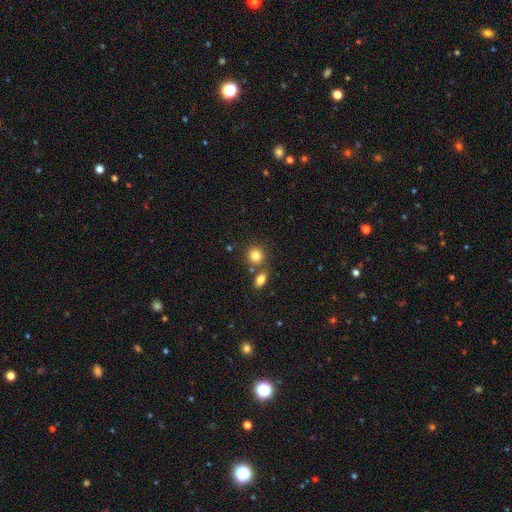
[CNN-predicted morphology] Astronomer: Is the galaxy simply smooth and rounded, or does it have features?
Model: smooth — 82%.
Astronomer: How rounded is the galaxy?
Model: round — 79%.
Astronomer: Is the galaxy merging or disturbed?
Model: none — 62%.